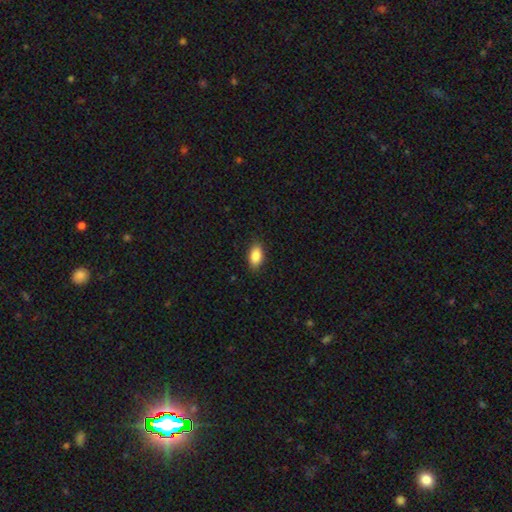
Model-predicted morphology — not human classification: Smooth or featured?
  - smooth: 88% *
  - star or artifact: 7%
  - featured or disk: 5%
How rounded?
  - in between: 91% *
  - round: 5%
  - cigar-shaped: 4%
Merging?
  - none: 87% *
  - minor disturbance: 10%
  - major disturbance: 2%
  - merger: 1%